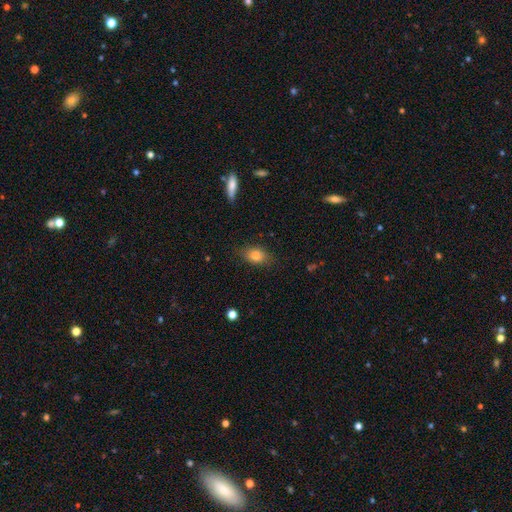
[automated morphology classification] smooth-or-featured: smooth: 81% | featured or disk: 10% | star or artifact: 9%
  how-rounded: in between: 80% | round: 17% | cigar-shaped: 3%
  merging: none: 81% | minor disturbance: 14% | major disturbance: 4% | merger: 1%